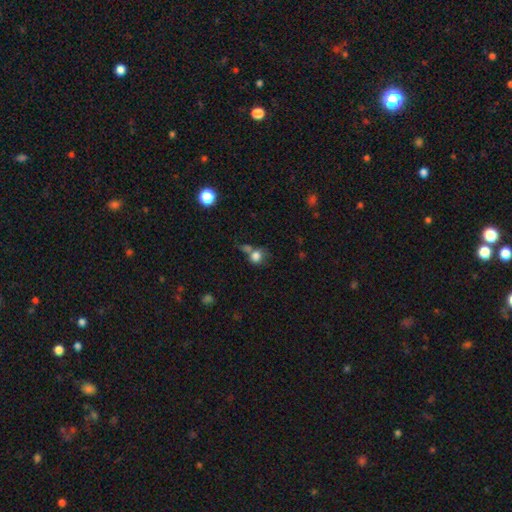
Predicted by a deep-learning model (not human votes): A smooth galaxy with no disk features (79%) that is round (72%).

Vote fractions:
- Smooth or featured? smooth: 79% / star or artifact: 12% / featured or disk: 9%
- How rounded? round: 72% / in between: 27% / cigar-shaped: 1%
- Merging? none: 38% (tied) / merger: 38% (tied) / minor disturbance: 14% / major disturbance: 10%